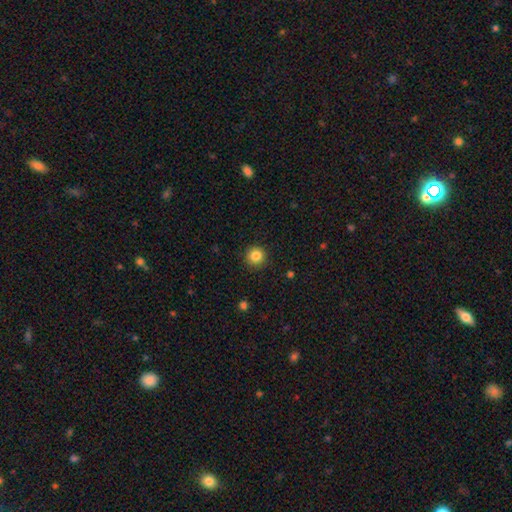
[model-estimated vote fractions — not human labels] Smooth or featured? Predicted: smooth (p=0.84). How rounded? Predicted: round (p=0.95). Merging? Predicted: none (p=0.92).